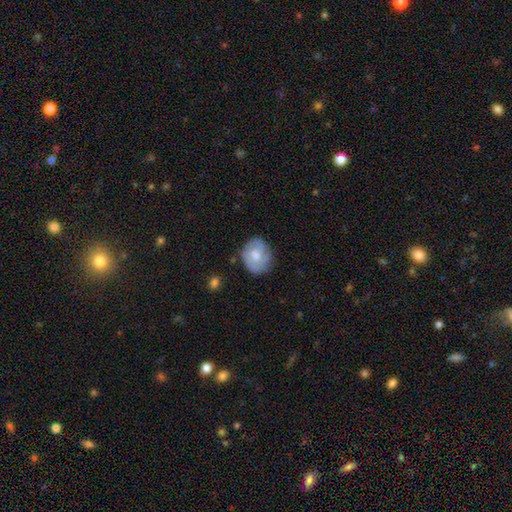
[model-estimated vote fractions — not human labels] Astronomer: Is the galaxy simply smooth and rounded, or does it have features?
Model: smooth — 53% (runner-up: featured or disk, 41%).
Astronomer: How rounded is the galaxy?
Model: round — 66%.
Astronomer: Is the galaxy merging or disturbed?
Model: none — 71%.